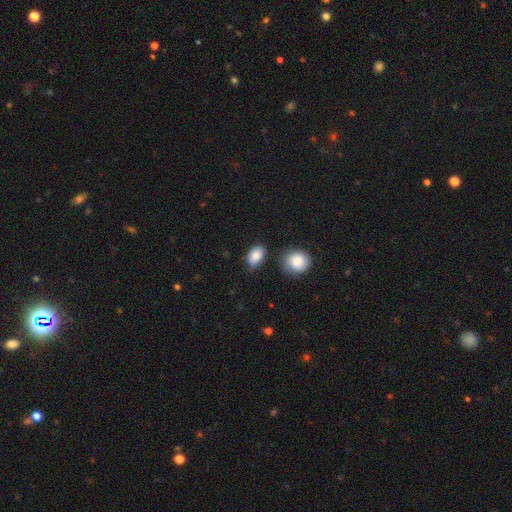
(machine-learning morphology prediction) This is clearly a smooth galaxy (86%). How rounded: clearly in between (84%). Merging: likely none (66%).